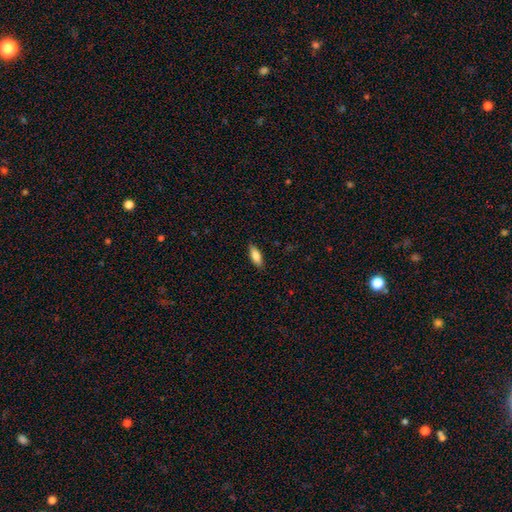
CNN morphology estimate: This appears to be a smooth galaxy with no disk features (82%) that is in between round and cigar-shaped (75%). Merging: none (86%).